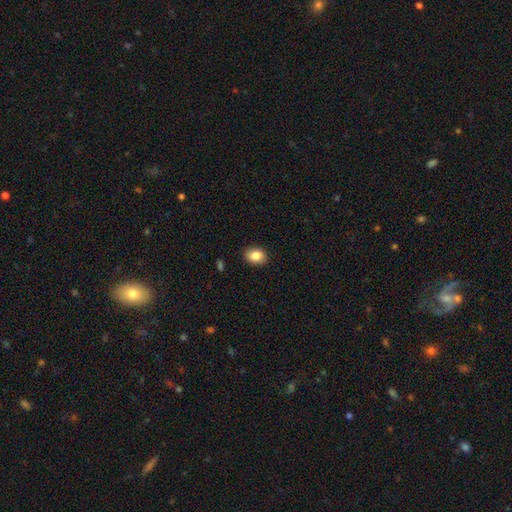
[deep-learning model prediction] A smooth galaxy with no disk features (85%) that is in between round and cigar-shaped (69%).

Vote fractions:
- Smooth or featured? smooth: 85% / star or artifact: 8% / featured or disk: 6%
- How rounded? in between: 69% / round: 30% / cigar-shaped: 1%
- Merging? none: 89% / minor disturbance: 8% / major disturbance: 2% / merger: 1%